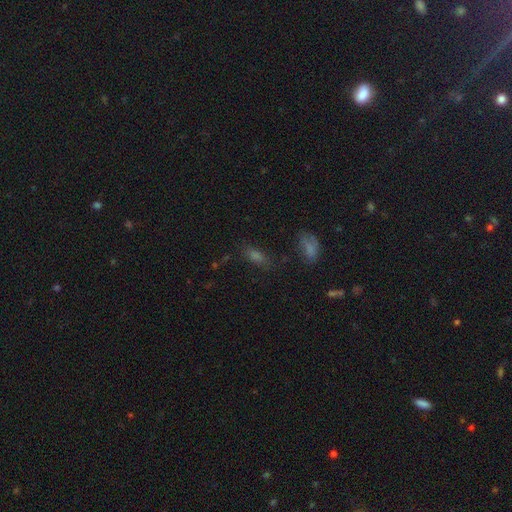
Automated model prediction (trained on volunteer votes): A smooth galaxy with no disk features (61%) that is in between round and cigar-shaped (74%).

Vote fractions:
- Smooth or featured? smooth: 61% / star or artifact: 26% / featured or disk: 13%
- How rounded? in between: 74% / cigar-shaped: 19% / round: 8%
- Merging? none: 73% / minor disturbance: 16% / major disturbance: 7% / merger: 5%